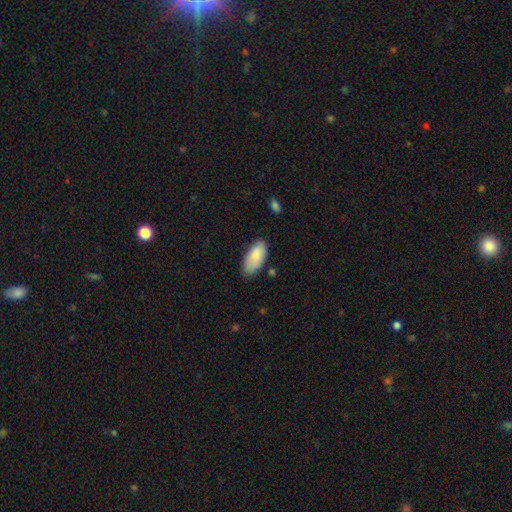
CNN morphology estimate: smooth 87%, featured or disk 7%, star or artifact 6%. Down the decision tree: how rounded — in between (92%); merging — none (72%).